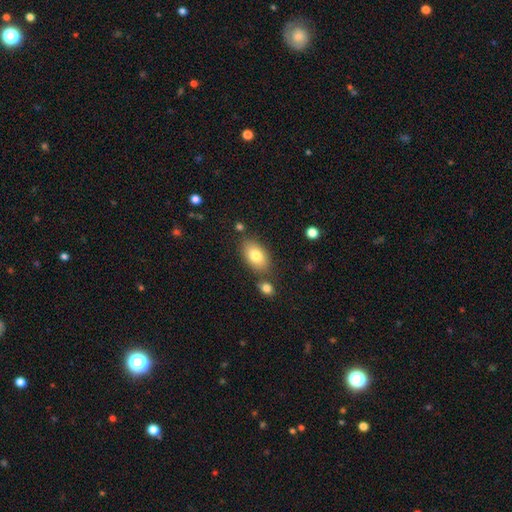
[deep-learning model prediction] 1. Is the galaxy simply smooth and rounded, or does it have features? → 79% smooth, 13% featured or disk, 7% star or artifact.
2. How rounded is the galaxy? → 91% in between, 8% round, 2% cigar-shaped.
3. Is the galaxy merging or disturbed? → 74% none, 12% minor disturbance, 11% merger, 3% major disturbance.